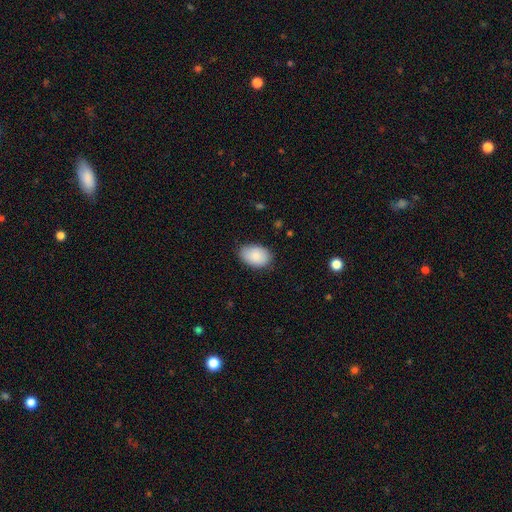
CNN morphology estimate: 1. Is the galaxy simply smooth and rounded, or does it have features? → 88% smooth, 6% star or artifact, 6% featured or disk.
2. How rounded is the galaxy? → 89% in between, 10% round, 1% cigar-shaped.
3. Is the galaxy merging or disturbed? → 81% none, 15% minor disturbance, 3% major disturbance, 1% merger.